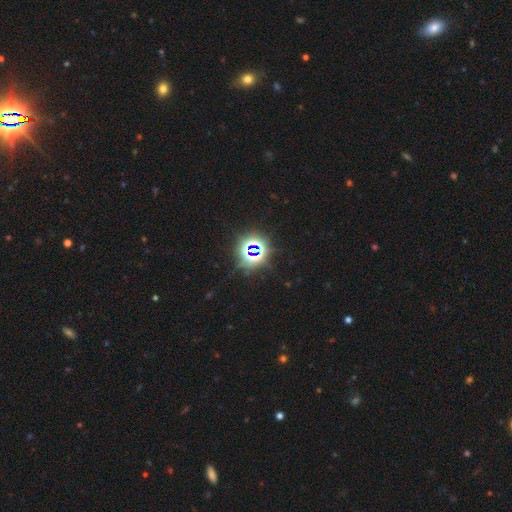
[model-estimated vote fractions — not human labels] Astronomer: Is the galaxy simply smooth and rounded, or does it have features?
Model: star or artifact — 78%.